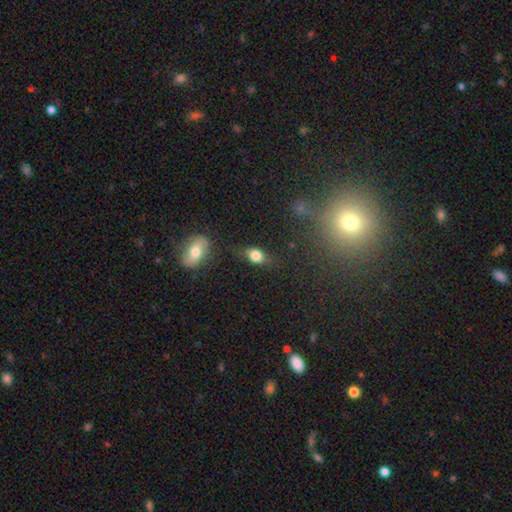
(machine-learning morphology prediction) smooth 77%, featured or disk 14%, star or artifact 9%. Down the decision tree: how rounded — in between (72%); merging — none (66%).